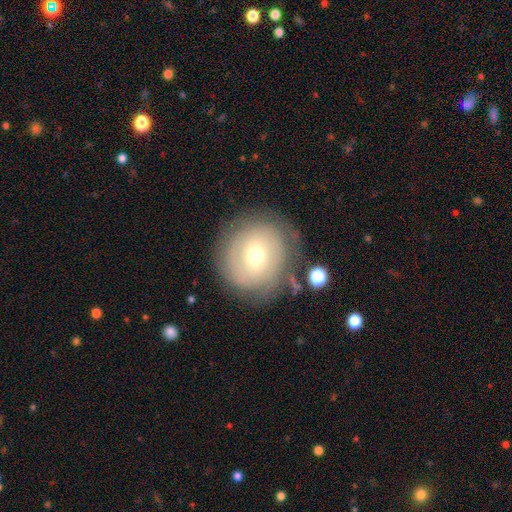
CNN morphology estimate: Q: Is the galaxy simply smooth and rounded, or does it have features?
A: featured or disk — 49%.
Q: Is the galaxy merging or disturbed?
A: none — 70%.